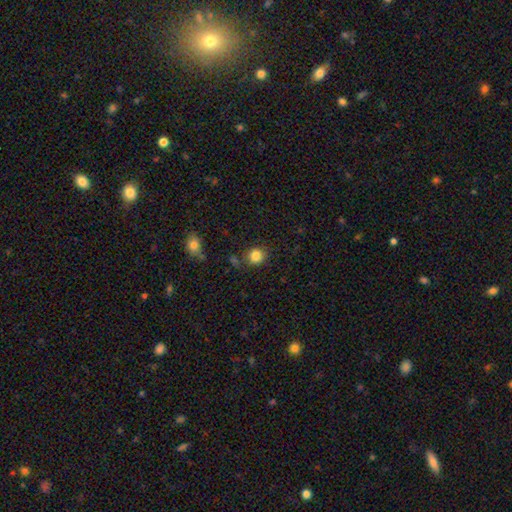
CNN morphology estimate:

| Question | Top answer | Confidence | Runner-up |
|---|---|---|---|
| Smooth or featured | smooth | 84% | star or artifact (11%) |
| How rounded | round | 85% | in between (14%) |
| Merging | none | 81% | minor disturbance (12%) |